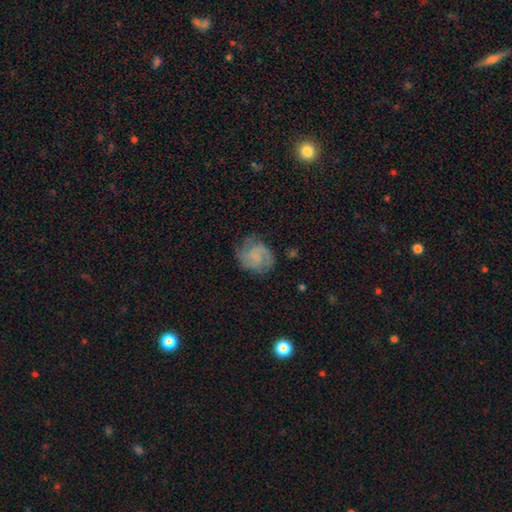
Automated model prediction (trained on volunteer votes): Morphology: type=featured or disk (56%); edge-on=no (98%); bar=no (67%); spiral arms=yes (88%); bulge=none (55%); merging=none (67%).